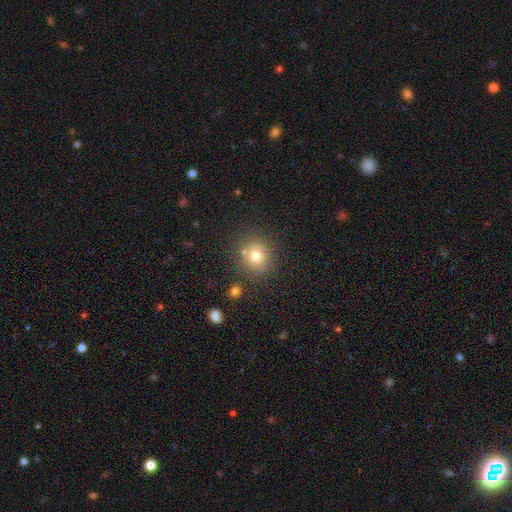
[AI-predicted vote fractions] A smooth galaxy with no disk features (75%) that is round (88%).

Vote fractions:
- Smooth or featured? smooth: 75% / star or artifact: 15% / featured or disk: 11%
- How rounded? round: 88% / in between: 11% / cigar-shaped: 1%
- Merging? none: 77% / minor disturbance: 10% / merger: 9% / major disturbance: 4%